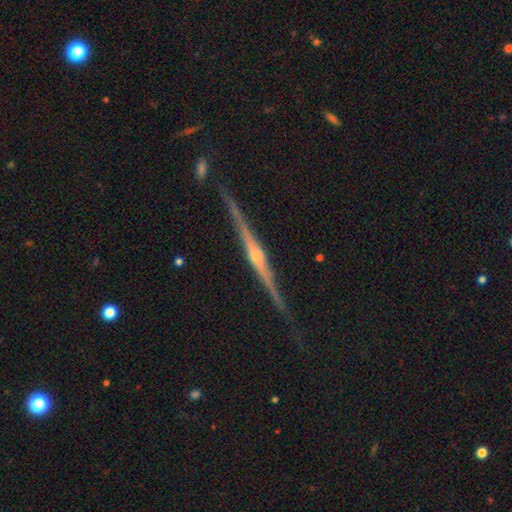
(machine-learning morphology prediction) Smooth or featured? Predicted: featured or disk (p=0.87). Edge-on disk? Predicted: yes (p=0.98). Edge-on bulge? Predicted: rounded (p=0.78). Merging? Predicted: none (p=0.87).